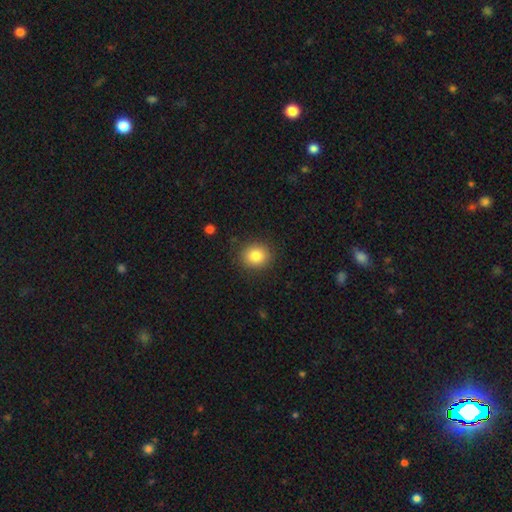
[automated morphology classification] Smooth or featured: smooth — 84% (star or artifact — 10%)
How rounded: round — 75% (in between — 24%)
Merging: none — 88% (minor disturbance — 8%)